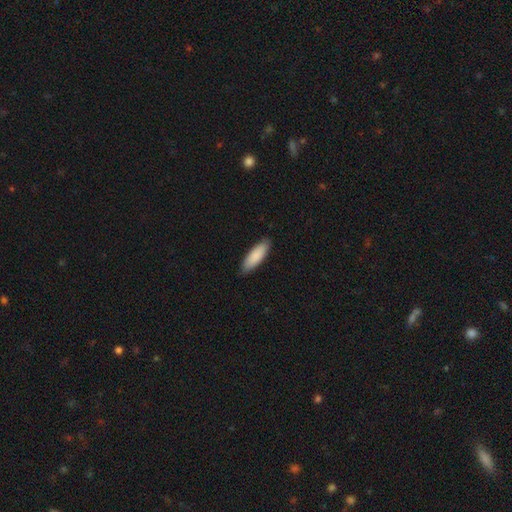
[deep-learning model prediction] A smooth galaxy with no disk features (88%) that is in between round and cigar-shaped (56%).

Vote fractions:
- Smooth or featured? smooth: 88% / featured or disk: 7% / star or artifact: 5%
- How rounded? in between: 56% / cigar-shaped: 43% / round: 1%
- Merging? none: 87% / minor disturbance: 11% / major disturbance: 2% / merger: 1%